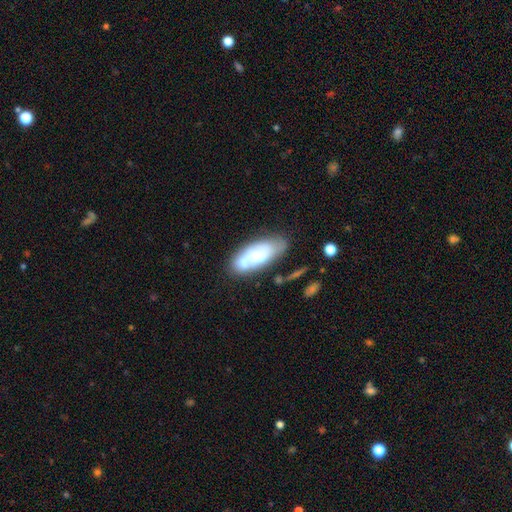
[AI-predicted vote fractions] Morphology: type=smooth (47%); merging=none (60%).